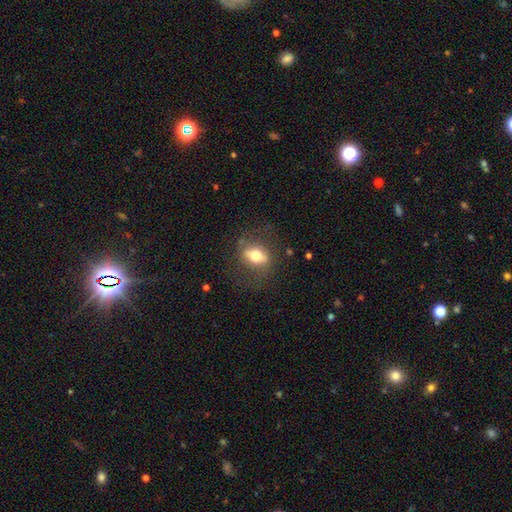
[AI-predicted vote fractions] Smooth or featured? smooth (61%)
How rounded? in between (72%)
Merging? none (72%)